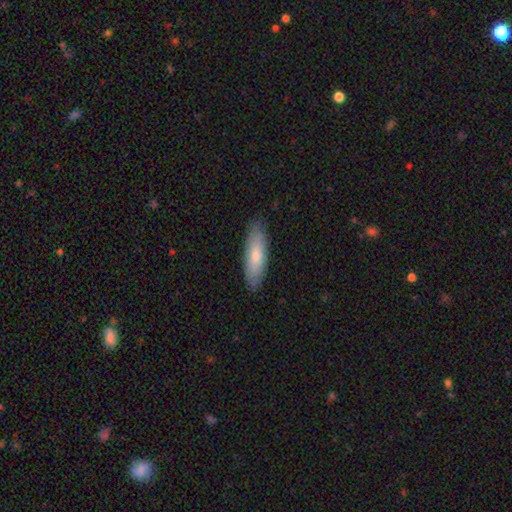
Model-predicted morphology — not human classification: The model was most divided on "how rounded": cigar-shaped: 50%, in between: 49%, round: 2%. More confident: merging — none (86%); smooth or featured — smooth (75%).